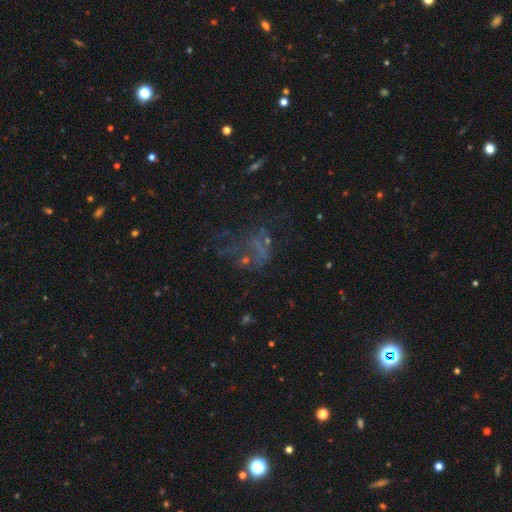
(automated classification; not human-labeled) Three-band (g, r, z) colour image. It shows a star or artifact, not a galaxy (41%).